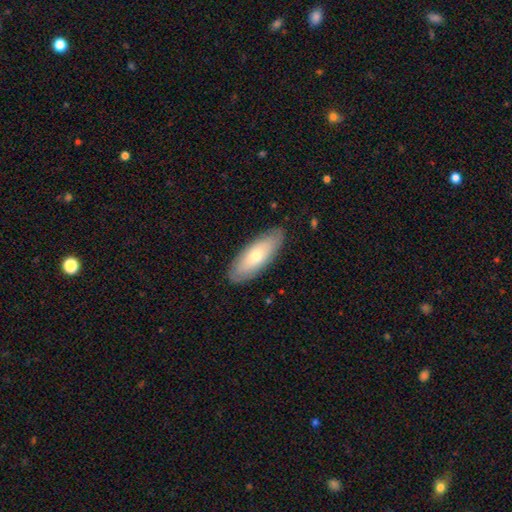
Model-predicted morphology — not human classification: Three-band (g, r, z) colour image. It shows a smooth galaxy with no disk features (66%) that is in between round and cigar-shaped (71%). Merging: none (86%).